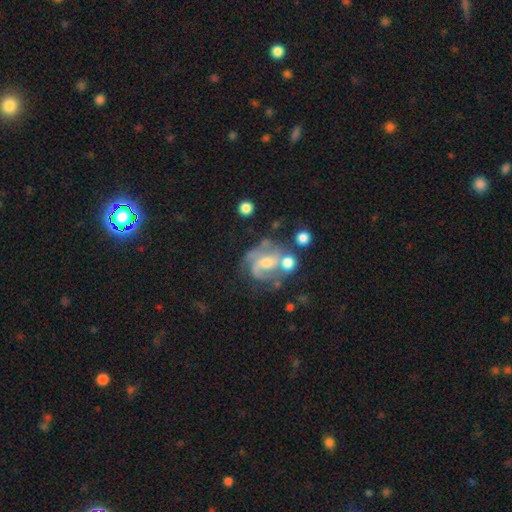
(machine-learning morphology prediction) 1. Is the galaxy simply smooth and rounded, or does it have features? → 72% featured or disk, 15% star or artifact, 13% smooth.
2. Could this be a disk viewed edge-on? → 97% no, 3% yes.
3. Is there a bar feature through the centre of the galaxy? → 45% no, 39% weak, 15% strong.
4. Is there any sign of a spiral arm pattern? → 81% yes, 19% no.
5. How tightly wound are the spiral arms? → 44% medium, 39% tight, 17% loose.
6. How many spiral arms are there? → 42% 2, 28% can't tell, 15% 3, 7% 1, 4% 4, 4% more than 4.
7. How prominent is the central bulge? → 51% moderate, 40% small, 4% none, 3% large, 1% dominant.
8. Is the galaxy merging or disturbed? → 49% none, 19% merger, 17% minor disturbance, 15% major disturbance.